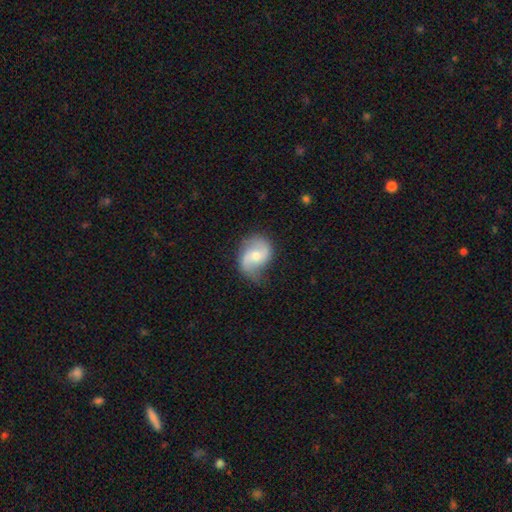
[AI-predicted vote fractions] A featured or disk galaxy (73%) with no bar (48%), 2 (88%) loose (49%) spiral arms (92%) and a moderate central bulge (57%). Merging: none (65%).